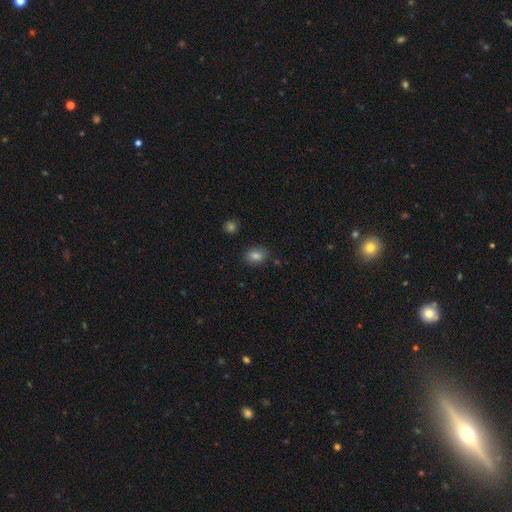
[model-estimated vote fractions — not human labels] smooth 83%, star or artifact 11%, featured or disk 7%. Down the decision tree: how rounded — in between (62%); merging — none (85%).